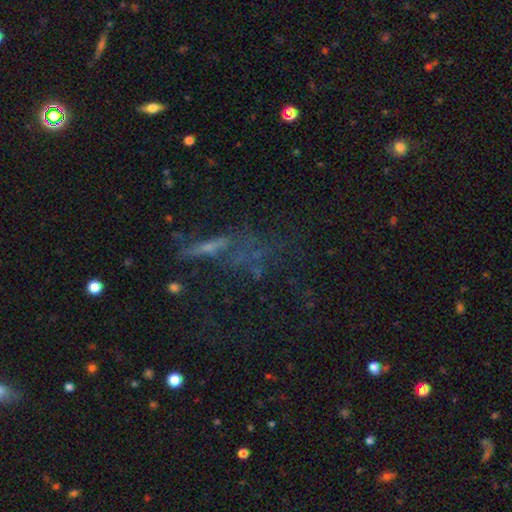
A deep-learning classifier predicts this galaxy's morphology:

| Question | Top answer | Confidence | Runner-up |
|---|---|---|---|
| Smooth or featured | star or artifact | 38% | featured or disk (35%) |